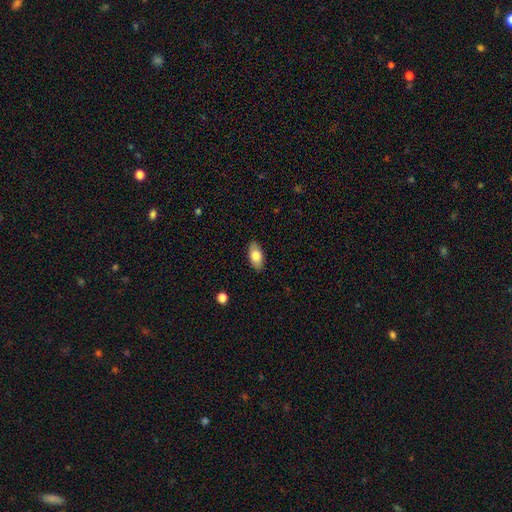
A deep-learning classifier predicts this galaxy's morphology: Overall: smooth (79%). How rounded: in between (92%). Merging: none (88%).